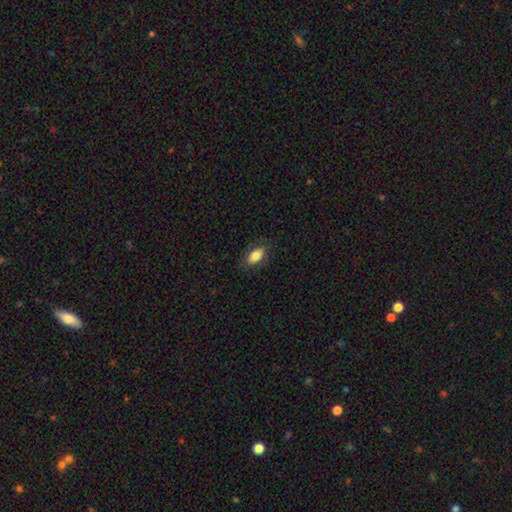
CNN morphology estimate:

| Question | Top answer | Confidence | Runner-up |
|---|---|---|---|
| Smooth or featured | smooth | 80% | featured or disk (13%) |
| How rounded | in between | 89% | round (5%) |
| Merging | none | 81% | minor disturbance (14%) |